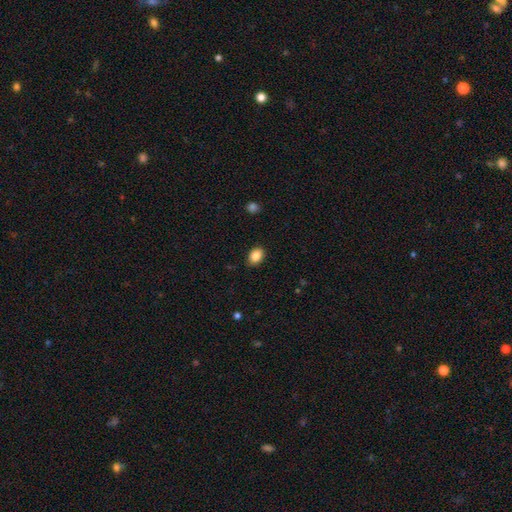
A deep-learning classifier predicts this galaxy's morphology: Overall: smooth (87%). How rounded: in between (75%). Merging: none (87%).